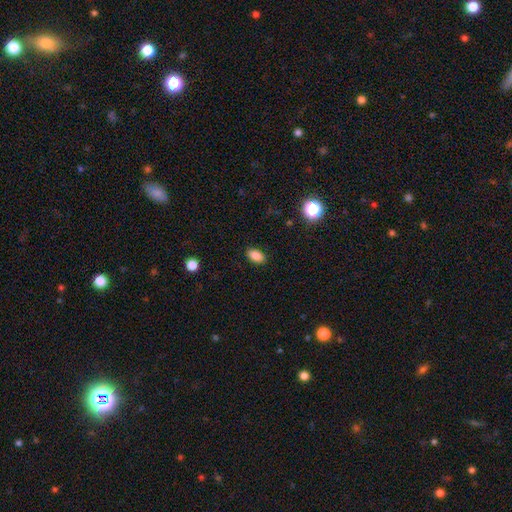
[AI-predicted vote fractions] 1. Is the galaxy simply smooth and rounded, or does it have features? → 86% smooth, 10% star or artifact, 4% featured or disk.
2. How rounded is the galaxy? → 90% in between, 7% round, 3% cigar-shaped.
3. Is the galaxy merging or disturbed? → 89% none, 8% minor disturbance, 2% major disturbance, 1% merger.